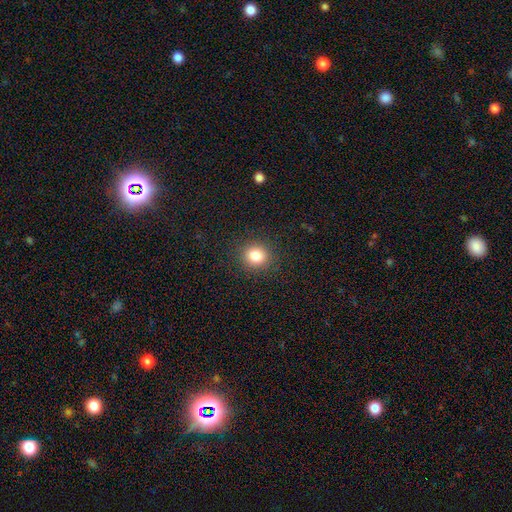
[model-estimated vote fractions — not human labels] Smooth or featured? smooth (83%)
How rounded? round (84%)
Merging? none (90%)